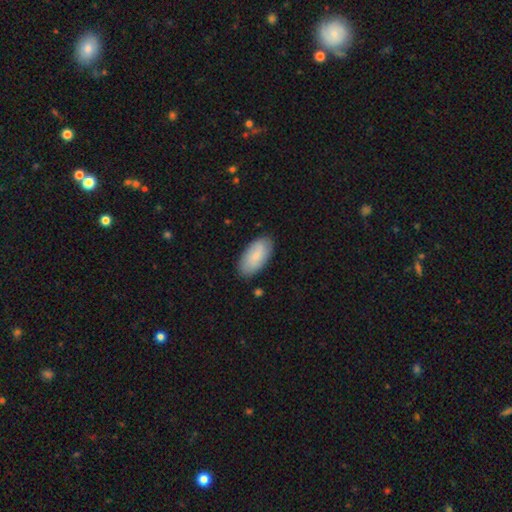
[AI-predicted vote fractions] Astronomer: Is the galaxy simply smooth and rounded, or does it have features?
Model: smooth — 82%.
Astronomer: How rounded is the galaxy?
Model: in between — 94%.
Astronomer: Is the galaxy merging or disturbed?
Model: none — 84%.